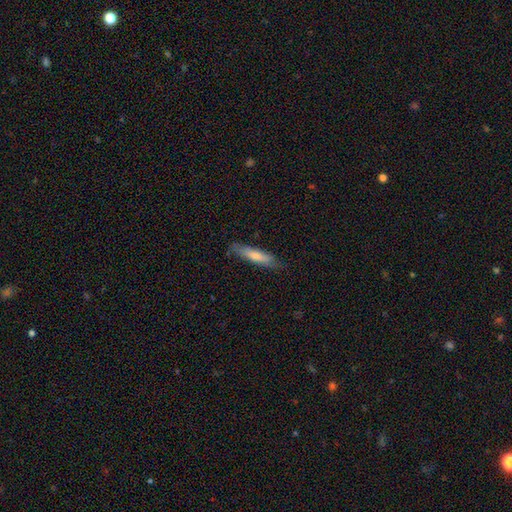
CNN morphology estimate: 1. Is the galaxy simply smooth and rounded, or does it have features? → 70% smooth, 24% featured or disk, 5% star or artifact.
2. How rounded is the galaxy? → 83% cigar-shaped, 15% in between, 1% round.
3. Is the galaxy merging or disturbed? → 81% none, 15% minor disturbance, 3% major disturbance, 1% merger.